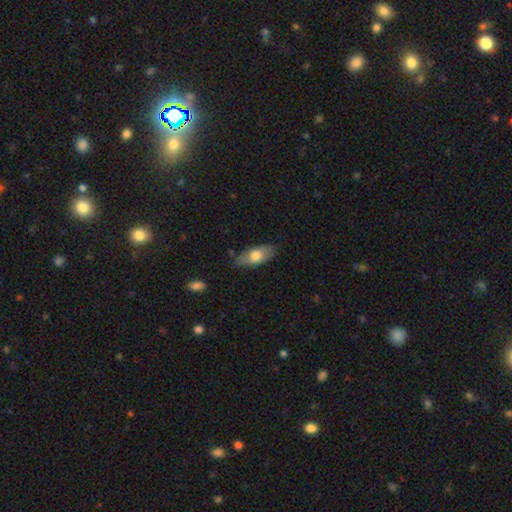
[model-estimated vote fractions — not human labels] Smooth or featured? smooth (69%)
How rounded? in between (84%)
Merging? none (76%)